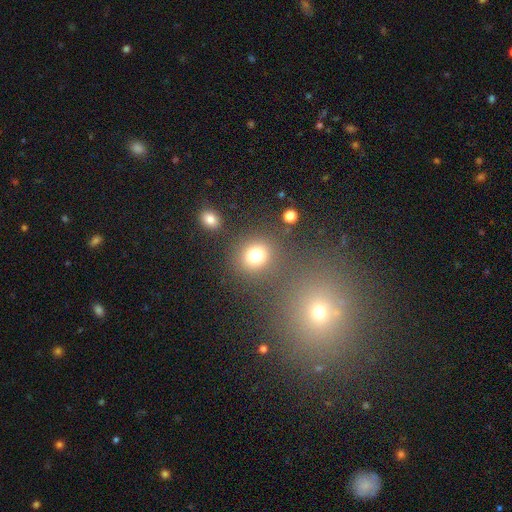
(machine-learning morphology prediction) type=smooth (77%); roundness=round (82%); merging=none (80%).